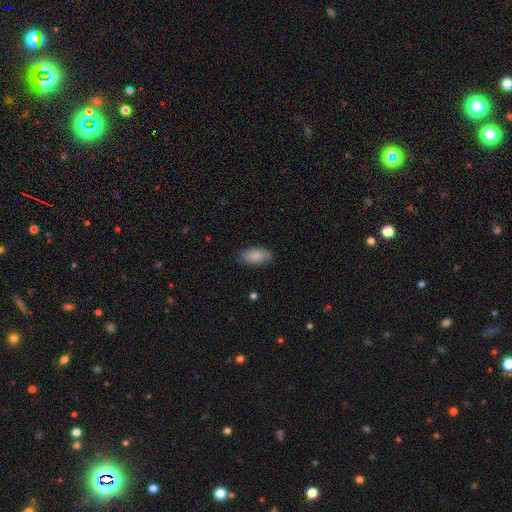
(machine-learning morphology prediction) A smooth galaxy with no disk features (88%) that is in between round and cigar-shaped (92%). Merging: none (83%).